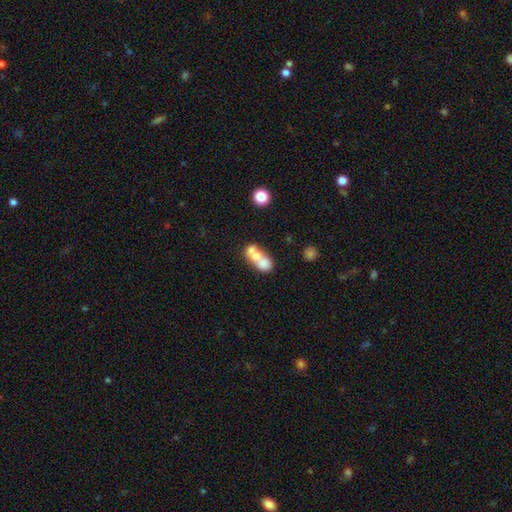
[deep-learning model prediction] This is likely a smooth galaxy (61%). How rounded: possibly in between (57%). Merging: likely merger (67%).